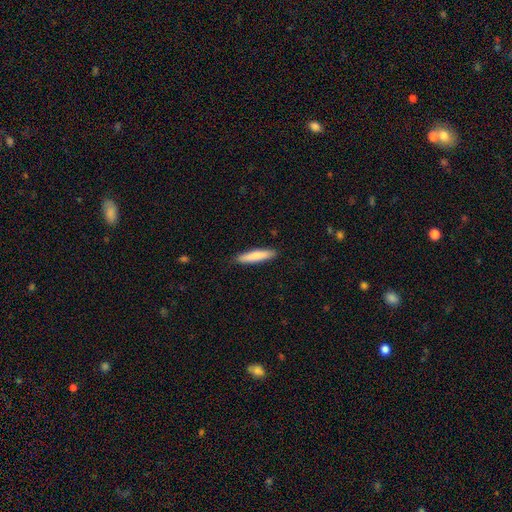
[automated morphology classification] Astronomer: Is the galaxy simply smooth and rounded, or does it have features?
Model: smooth — 80%.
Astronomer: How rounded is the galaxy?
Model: cigar-shaped — 87%.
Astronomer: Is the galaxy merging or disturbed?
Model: none — 89%.